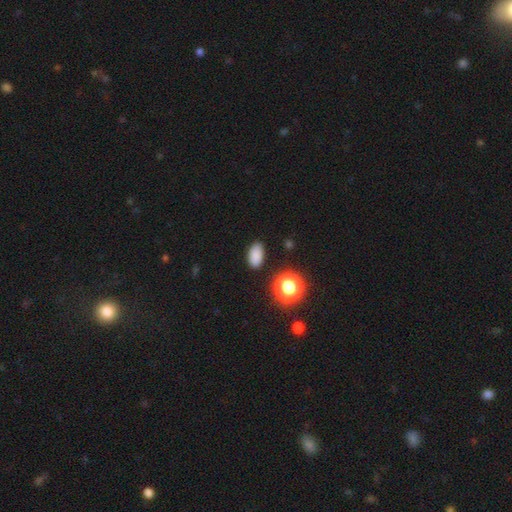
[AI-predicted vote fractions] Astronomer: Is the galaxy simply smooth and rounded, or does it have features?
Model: smooth — 83%.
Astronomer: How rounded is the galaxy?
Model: in between — 90%.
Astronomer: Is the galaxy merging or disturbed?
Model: none — 87%.